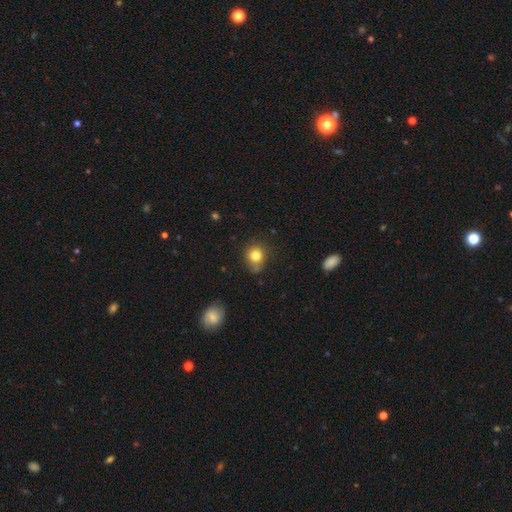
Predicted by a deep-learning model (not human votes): smooth 80%, star or artifact 11%, featured or disk 9%. Down the decision tree: how rounded — round (77%); merging — none (64%).